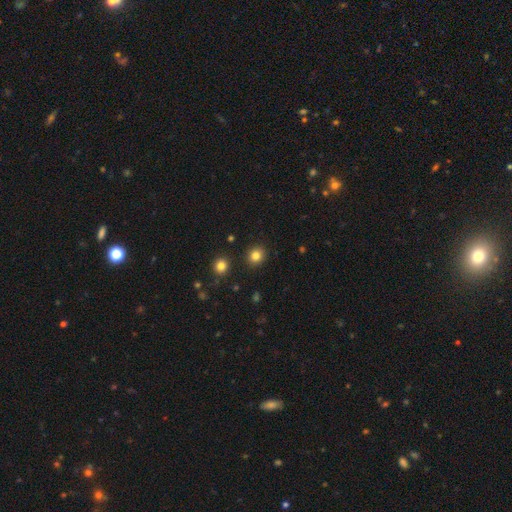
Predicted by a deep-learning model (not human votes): Smooth or featured: smooth — 83% (star or artifact — 12%)
How rounded: round — 82% (in between — 17%)
Merging: none — 90% (minor disturbance — 6%)